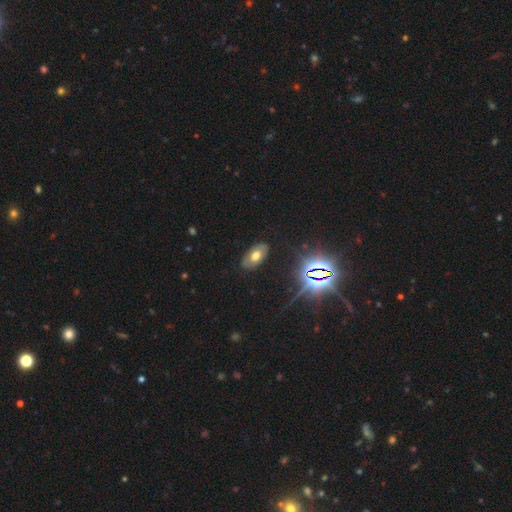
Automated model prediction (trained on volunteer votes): Overall: smooth (51%; featured or disk 29%). How rounded: in between (93%). Merging: none (83%).